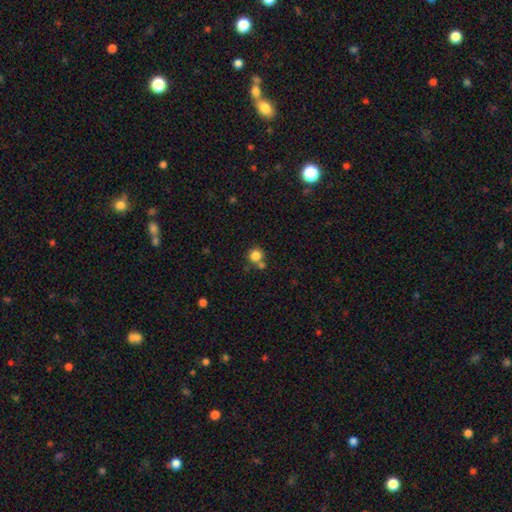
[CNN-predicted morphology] Q: Smooth or featured?
A: smooth (83%); runner-up: star or artifact (11%)
Q: How rounded?
A: round (92%); runner-up: in between (7%)
Q: Merging?
A: none (64%); runner-up: merger (23%)